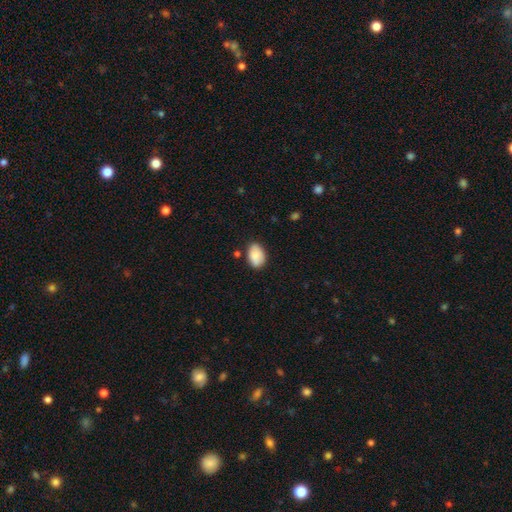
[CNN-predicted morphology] Smooth or featured?
  - smooth: 86% *
  - featured or disk: 8%
  - star or artifact: 7%
How rounded?
  - in between: 88% *
  - round: 11%
  - cigar-shaped: 1%
Merging?
  - none: 75% *
  - minor disturbance: 18%
  - merger: 4%
  - major disturbance: 3%